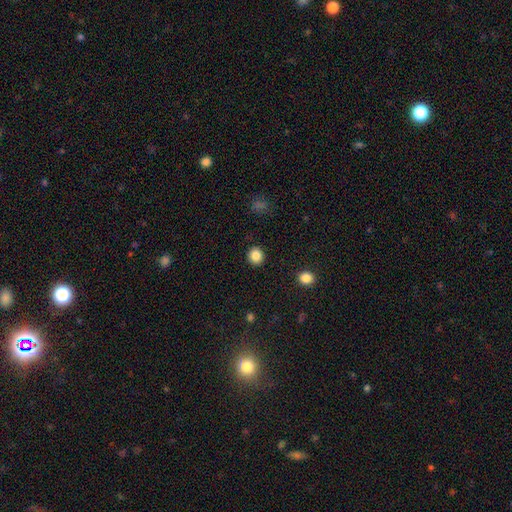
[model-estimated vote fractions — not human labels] smooth 85%, star or artifact 11%, featured or disk 4%. Down the decision tree: how rounded — round (88%); merging — none (91%).